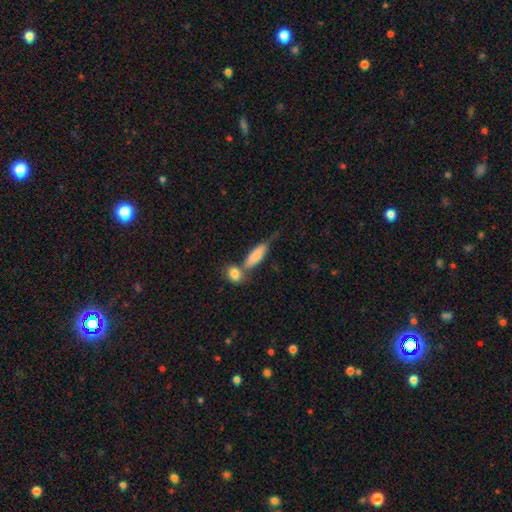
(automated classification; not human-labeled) smooth-or-featured: smooth: 79% | featured or disk: 15% | star or artifact: 6%
  how-rounded: in between: 57% | cigar-shaped: 39% | round: 3%
  merging: merger: 41% | none: 37% | minor disturbance: 16% | major disturbance: 7%